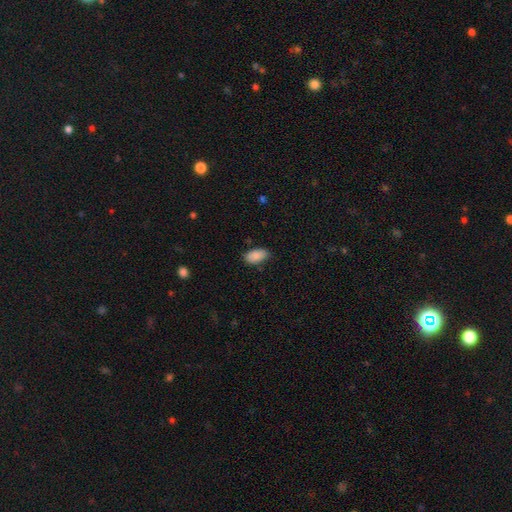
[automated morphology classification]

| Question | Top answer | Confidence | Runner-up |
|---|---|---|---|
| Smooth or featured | smooth | 88% | star or artifact (7%) |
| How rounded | in between | 94% | round (3%) |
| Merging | none | 80% | minor disturbance (16%) |